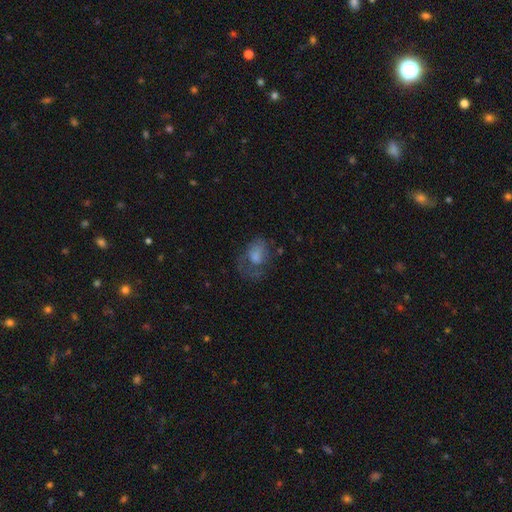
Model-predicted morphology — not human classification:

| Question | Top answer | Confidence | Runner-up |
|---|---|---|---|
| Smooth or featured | featured or disk | 45% | smooth (40%) |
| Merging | none | 46% | major disturbance (31%) |